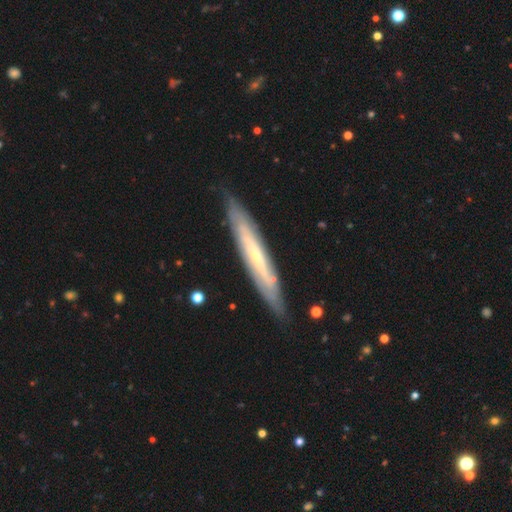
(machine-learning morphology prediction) type=featured or disk (71%); edge-on=yes (68%); merging=none (83%).